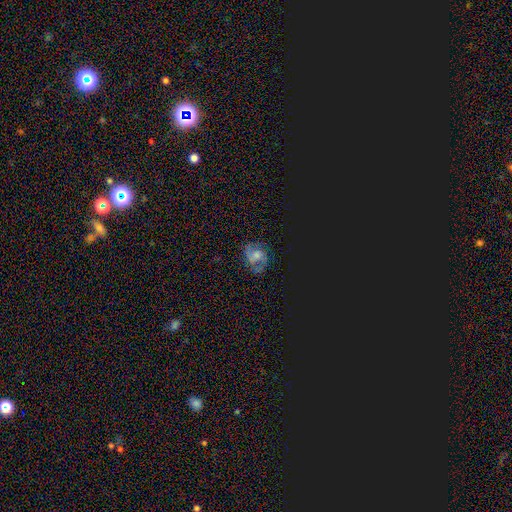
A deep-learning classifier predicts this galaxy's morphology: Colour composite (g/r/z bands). It shows a featured or disk galaxy (53%) with no bar (60%), spiral arms (81%) and a moderate central bulge (42%). Merging: none (65%).